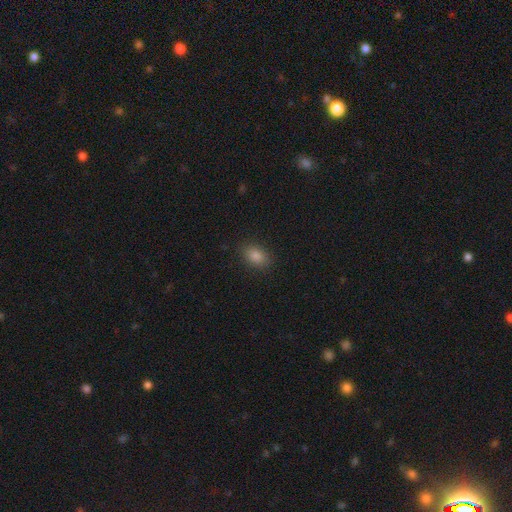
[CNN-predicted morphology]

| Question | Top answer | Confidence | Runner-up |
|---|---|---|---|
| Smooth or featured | smooth | 82% | star or artifact (12%) |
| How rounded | in between | 80% | round (18%) |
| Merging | none | 88% | minor disturbance (8%) |